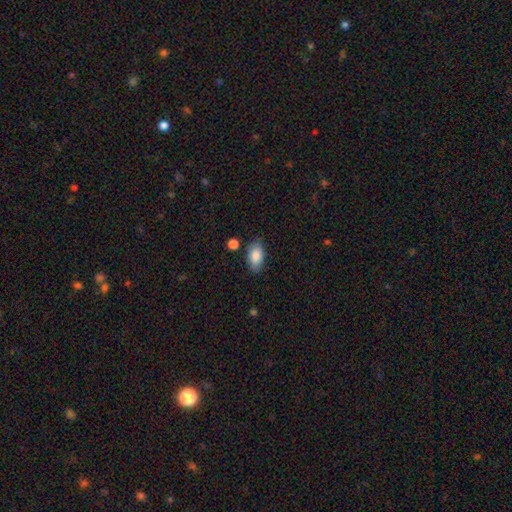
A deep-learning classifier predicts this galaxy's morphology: This appears to be a smooth galaxy with no disk features (86%) that is in between round and cigar-shaped (92%). Merging: none (78%).